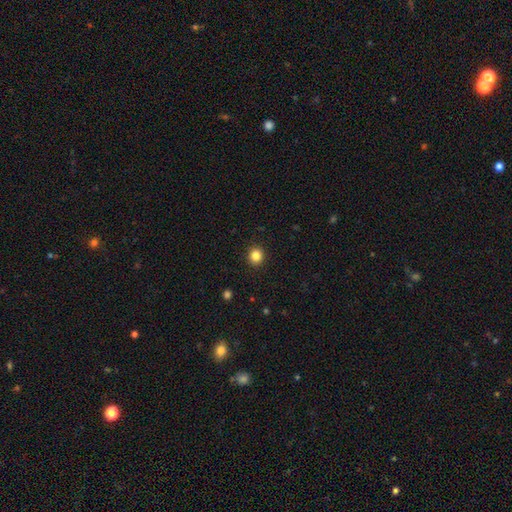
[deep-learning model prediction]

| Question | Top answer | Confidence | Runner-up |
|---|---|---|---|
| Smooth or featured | smooth | 84% | star or artifact (11%) |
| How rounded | round | 87% | in between (12%) |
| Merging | none | 92% | minor disturbance (5%) |